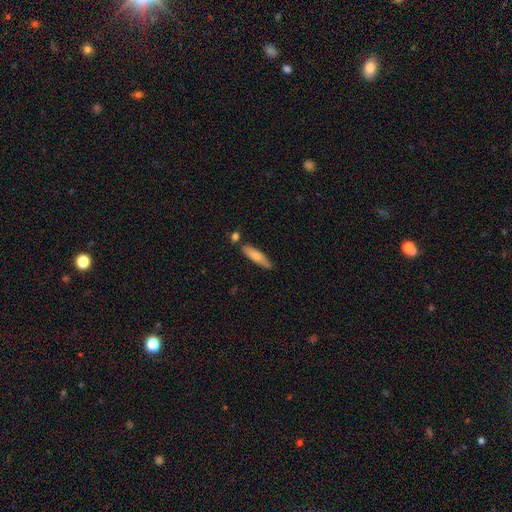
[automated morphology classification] The model was most divided on "how rounded": cigar-shaped: 74%, in between: 25%, round: 2%. More confident: merging — none (75%); smooth or featured — smooth (72%).